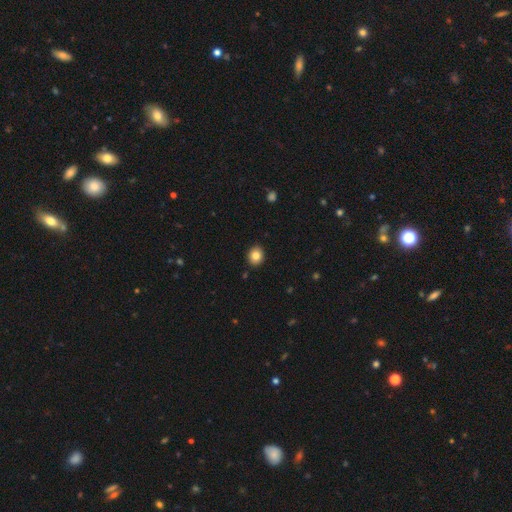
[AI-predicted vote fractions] Overall: smooth (83%). How rounded: round (68%; in between 31%). Merging: none (91%).